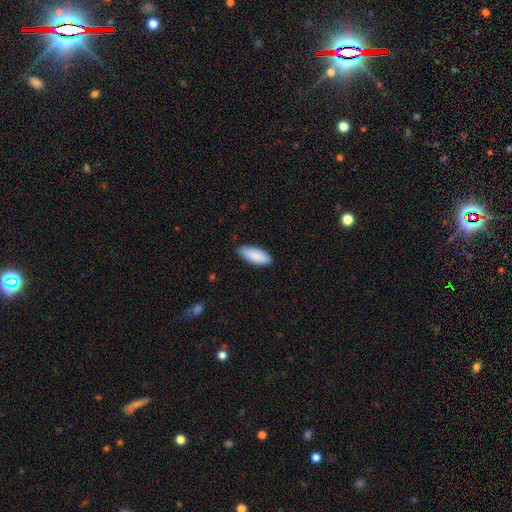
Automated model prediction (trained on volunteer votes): A smooth galaxy with no disk features (89%) that is in between round and cigar-shaped (77%).

Vote fractions:
- Smooth or featured? smooth: 89% / featured or disk: 6% / star or artifact: 5%
- How rounded? in between: 77% / cigar-shaped: 21% / round: 2%
- Merging? none: 86% / minor disturbance: 11% / major disturbance: 2% / merger: 1%